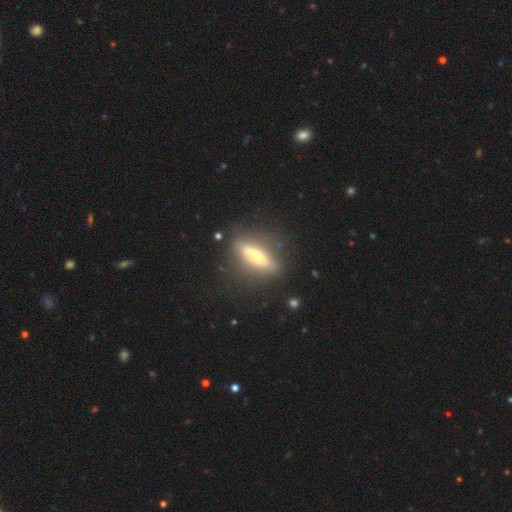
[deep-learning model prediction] This appears to be a featured or disk galaxy (49%). Merging: none (80%).